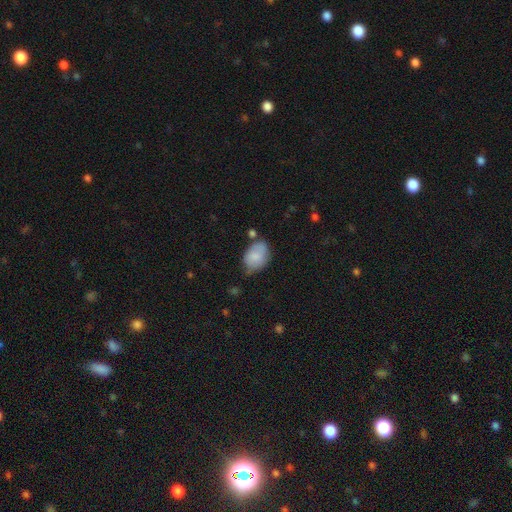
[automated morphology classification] Smooth or featured: smooth — 81% (featured or disk — 13%)
How rounded: in between — 83% (round — 15%)
Merging: none — 53% (minor disturbance — 32%)